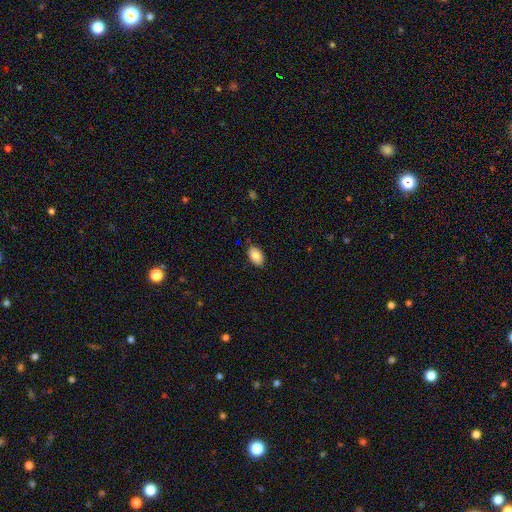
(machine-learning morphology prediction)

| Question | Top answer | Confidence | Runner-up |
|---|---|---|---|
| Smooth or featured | smooth | 87% | star or artifact (7%) |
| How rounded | in between | 93% | round (6%) |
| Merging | none | 86% | minor disturbance (11%) |